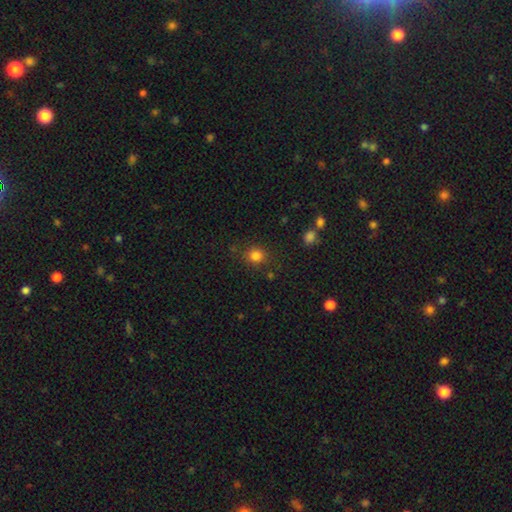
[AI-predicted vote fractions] Morphology: type=smooth (82%); roundness=round (83%); merging=none (84%).